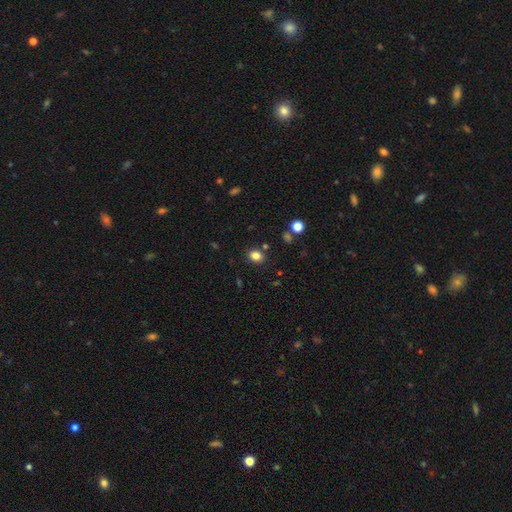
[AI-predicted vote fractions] Smooth or featured: smooth — 82% (star or artifact — 12%)
How rounded: round — 53% (in between — 47%)
Merging: none — 85% (minor disturbance — 9%)